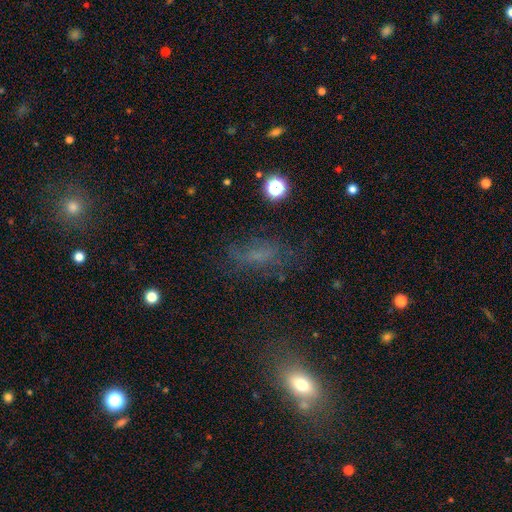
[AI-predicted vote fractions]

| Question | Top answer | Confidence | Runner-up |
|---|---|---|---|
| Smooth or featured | smooth | 49% | featured or disk (27%) |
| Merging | none | 59% | minor disturbance (21%) |